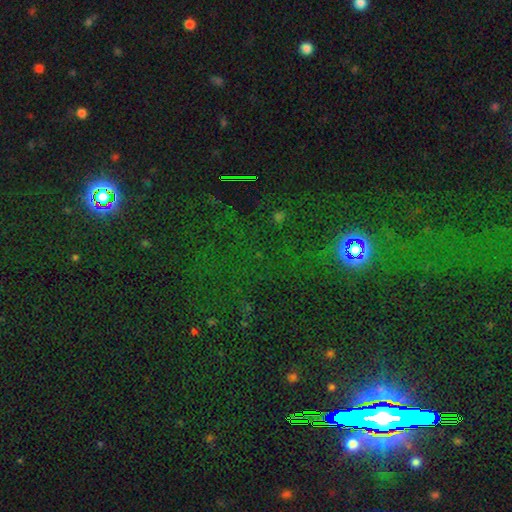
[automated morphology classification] Q: Smooth or featured?
A: star or artifact (78%); runner-up: smooth (15%)